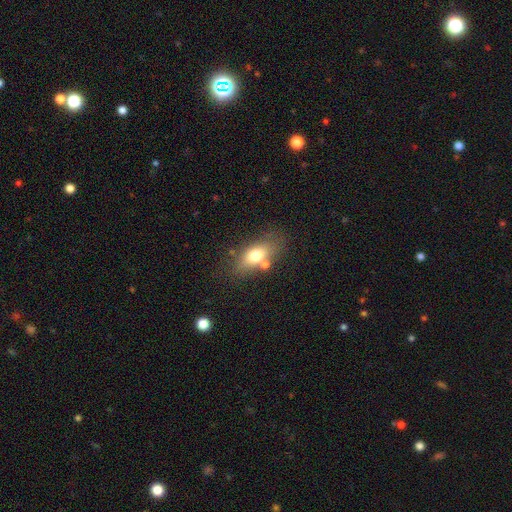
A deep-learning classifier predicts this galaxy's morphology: Smooth or featured: smooth — 70% (featured or disk — 21%)
How rounded: in between — 79% (round — 11%)
Merging: none — 65% (merger — 15%)